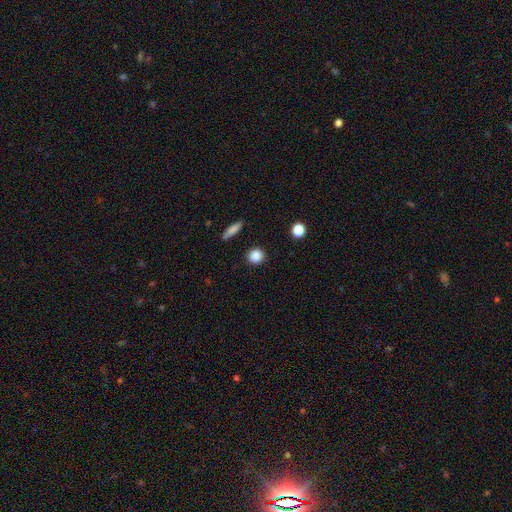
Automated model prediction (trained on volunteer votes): Q: Smooth or featured?
A: smooth (87%); runner-up: star or artifact (9%)
Q: How rounded?
A: round (89%); runner-up: in between (10%)
Q: Merging?
A: none (90%); runner-up: minor disturbance (6%)